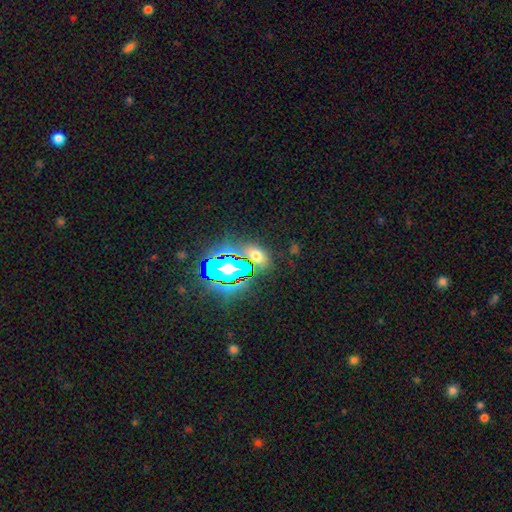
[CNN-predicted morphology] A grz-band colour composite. It shows a smooth galaxy with no disk features (51%) that is in between round and cigar-shaped (78%). Merging: none (75%).